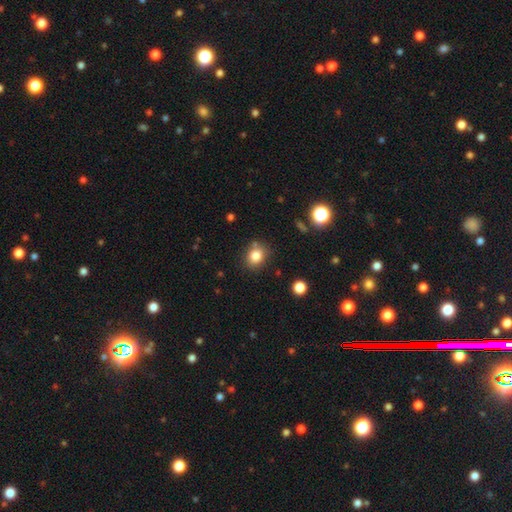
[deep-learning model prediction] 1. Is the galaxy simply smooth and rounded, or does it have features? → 81% smooth, 11% star or artifact, 7% featured or disk.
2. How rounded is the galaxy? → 64% round, 35% in between, 1% cigar-shaped.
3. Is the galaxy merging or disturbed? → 78% none, 13% minor disturbance, 6% merger, 3% major disturbance.